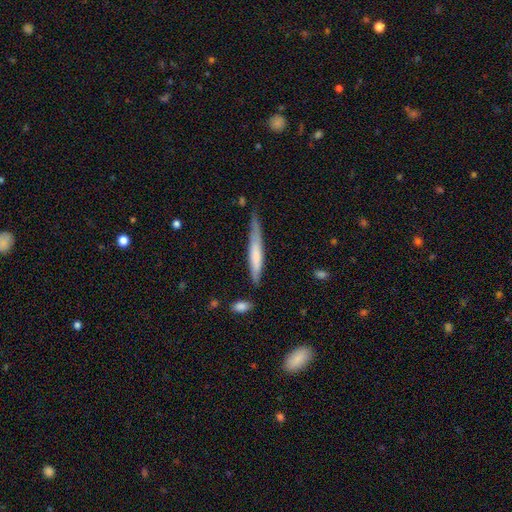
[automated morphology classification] This is possibly a smooth galaxy (57%). How rounded: clearly cigar-shaped (93%). Merging: possibly none (57%).